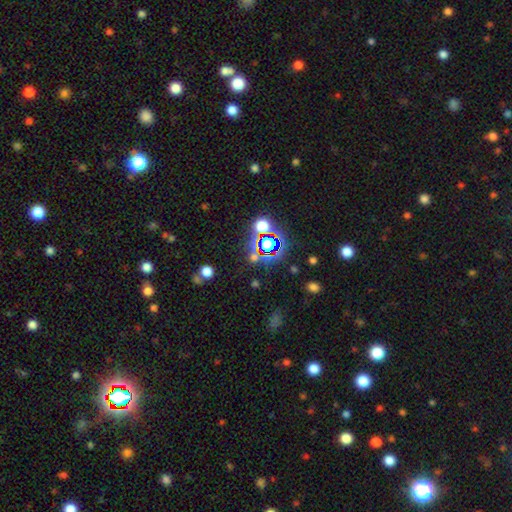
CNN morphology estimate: This appears to be a star or artifact, not a galaxy (71%).